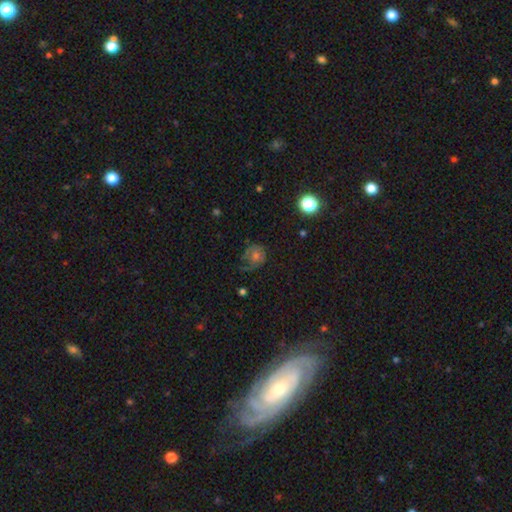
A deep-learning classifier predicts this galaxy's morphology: Smooth or featured? smooth (46%)
Merging? none (49%)